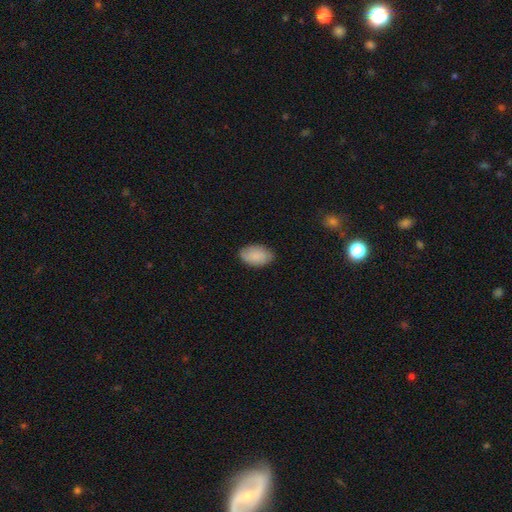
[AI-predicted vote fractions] A smooth galaxy with no disk features (84%) that is in between round and cigar-shaped (92%).

Vote fractions:
- Smooth or featured? smooth: 84% / featured or disk: 9% / star or artifact: 6%
- How rounded? in between: 92% / round: 7% / cigar-shaped: 1%
- Merging? none: 81% / minor disturbance: 15% / major disturbance: 3% / merger: 1%